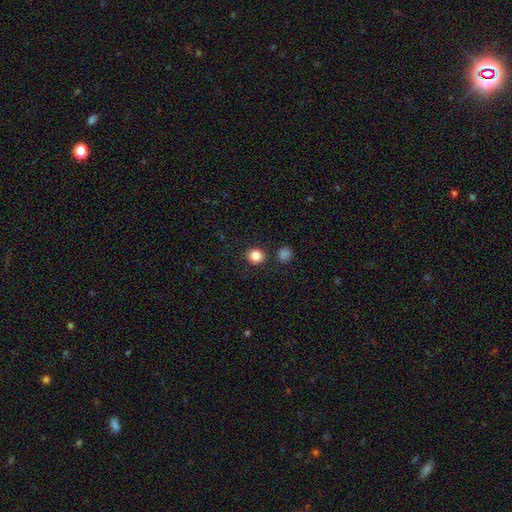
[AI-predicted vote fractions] smooth-or-featured: smooth: 85% | star or artifact: 11% | featured or disk: 4%
  how-rounded: round: 84% | in between: 15% | cigar-shaped: 1%
  merging: none: 87% | minor disturbance: 7% | merger: 4% | major disturbance: 2%